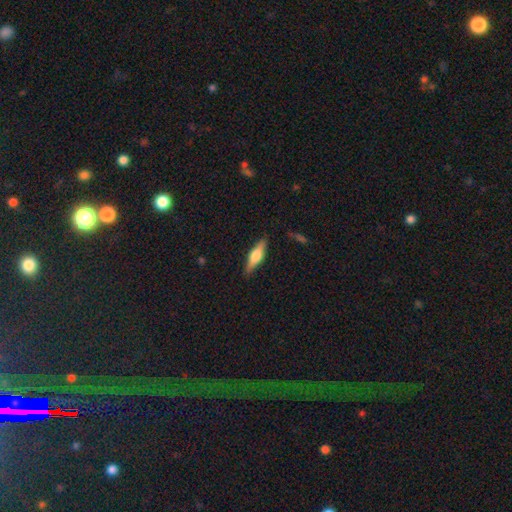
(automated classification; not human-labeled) smooth-or-featured: featured or disk: 50% | smooth: 44% | star or artifact: 6%
  disk-edge-on: yes: 94% | no: 6%
  merging: none: 87% | minor disturbance: 10% | major disturbance: 2% | merger: 1%